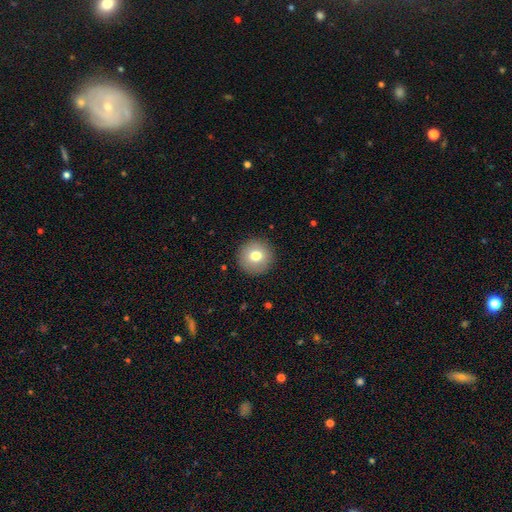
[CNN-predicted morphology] This appears to be a smooth galaxy with no disk features (77%) that is round (95%). Merging: none (91%).